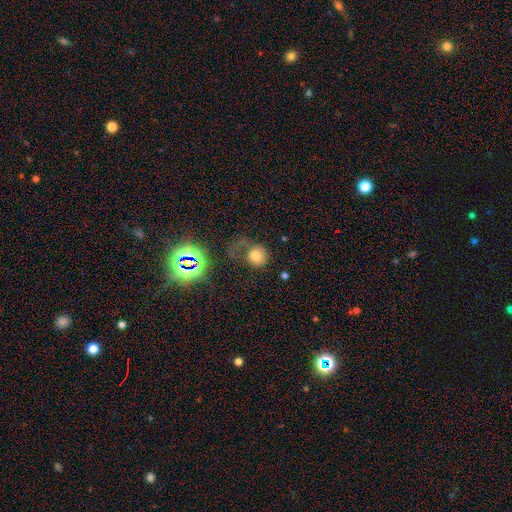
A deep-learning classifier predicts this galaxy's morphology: Smooth or featured? smooth (70%)
How rounded? round (75%)
Merging? none (40%)